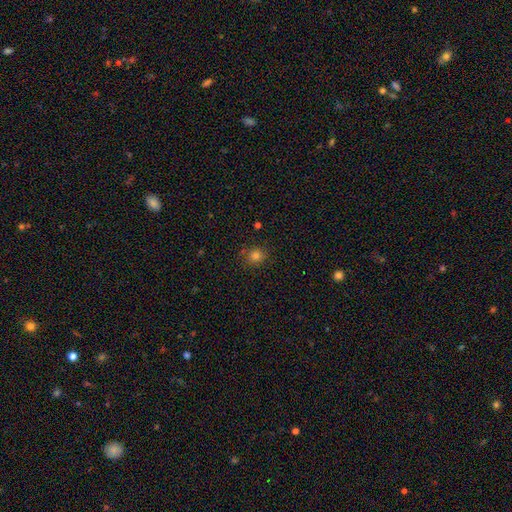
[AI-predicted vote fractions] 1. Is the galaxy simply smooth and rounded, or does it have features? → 78% smooth, 17% star or artifact, 5% featured or disk.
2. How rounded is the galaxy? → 83% round, 17% in between, 1% cigar-shaped.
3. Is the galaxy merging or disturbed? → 85% none, 10% minor disturbance, 3% major disturbance, 2% merger.